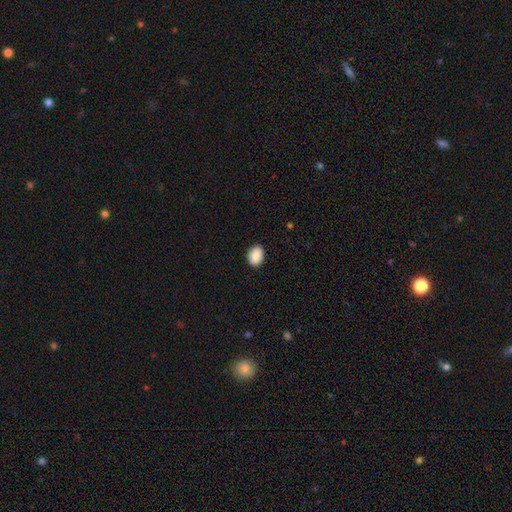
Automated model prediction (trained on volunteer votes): This is clearly a smooth galaxy (90%). How rounded: likely in between (77%). Merging: clearly none (90%).